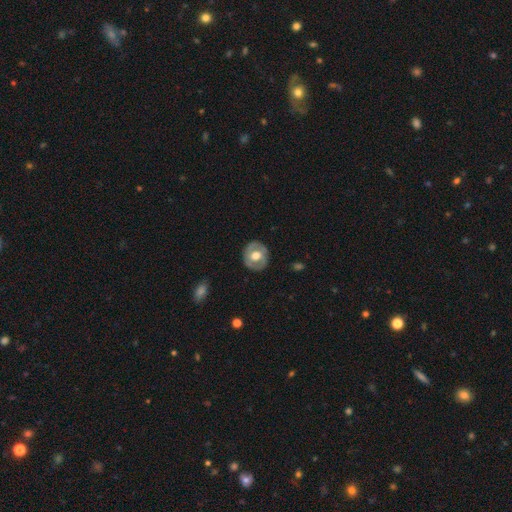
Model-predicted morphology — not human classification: Q: Smooth or featured?
A: featured or disk (53%); runner-up: smooth (41%)
Q: Edge-on disk?
A: no (95%); runner-up: yes (5%)
Q: Bar?
A: no (71%); runner-up: weak (23%)
Q: Spiral arms?
A: no (69%); runner-up: yes (31%)
Q: Bulge size?
A: moderate (56%); runner-up: large (38%)
Q: Merging?
A: none (83%); runner-up: minor disturbance (13%)